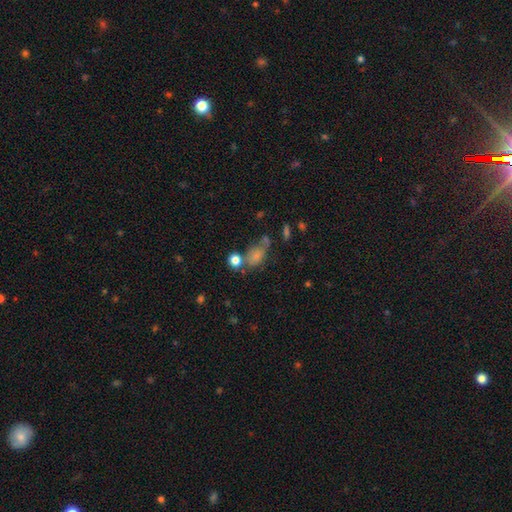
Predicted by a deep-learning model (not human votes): Smooth or featured? smooth (75%)
How rounded? in between (73%)
Merging? none (41%)